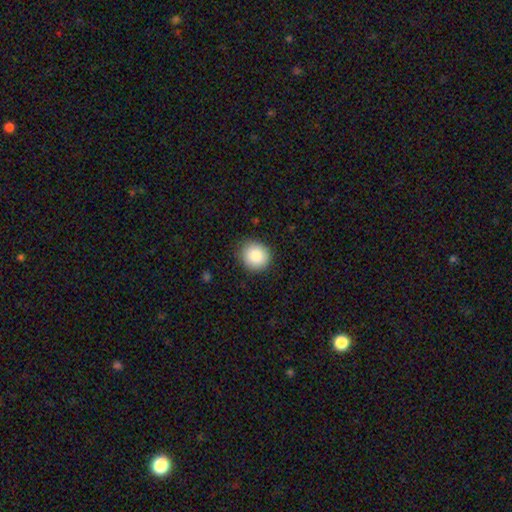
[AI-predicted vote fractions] Q: Smooth or featured?
A: smooth (85%); runner-up: star or artifact (8%)
Q: How rounded?
A: round (88%); runner-up: in between (11%)
Q: Merging?
A: none (86%); runner-up: minor disturbance (11%)